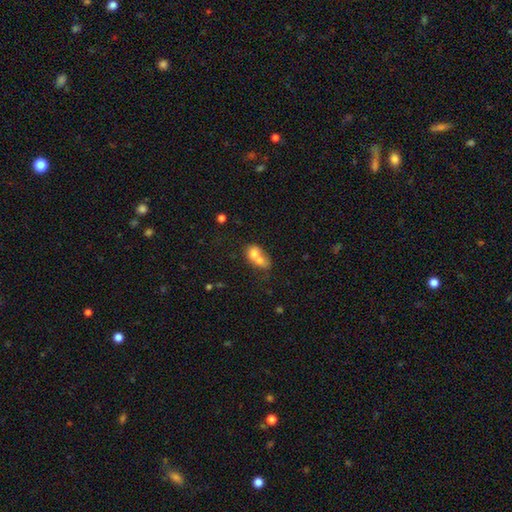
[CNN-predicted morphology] A smooth galaxy with no disk features (68%) that is in between round and cigar-shaped (50%). Merging: merger (75%).